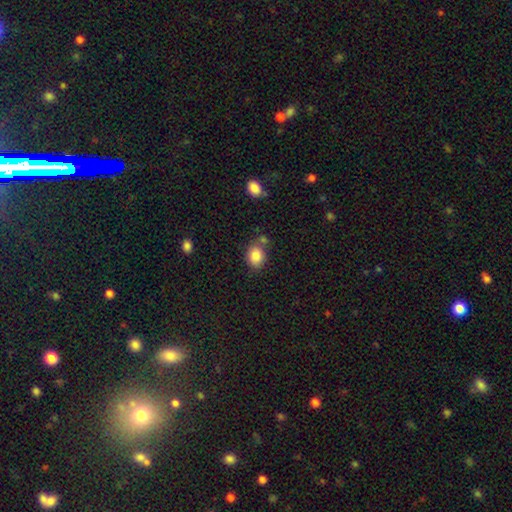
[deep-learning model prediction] Overall: smooth (85%). How rounded: in between (53%; round 46%). Merging: none (67%).